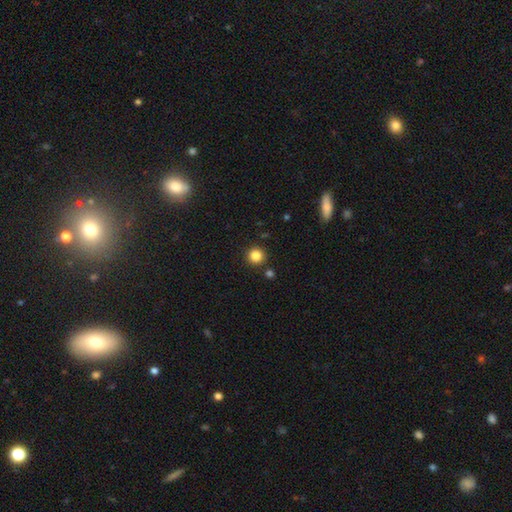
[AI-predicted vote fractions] smooth_or_featured: smooth (p=0.84) [alt: star or artifact p=0.12]
how_rounded: round (p=0.95) [alt: in between p=0.05]
merging: none (p=0.89) [alt: minor disturbance p=0.06]